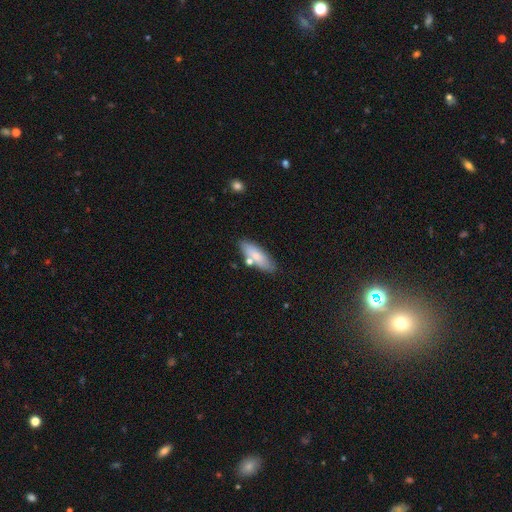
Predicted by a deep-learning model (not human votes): Smooth or featured? Predicted: smooth (p=0.74). How rounded? Predicted: in between (p=0.60). Merging? Predicted: none (p=0.76).